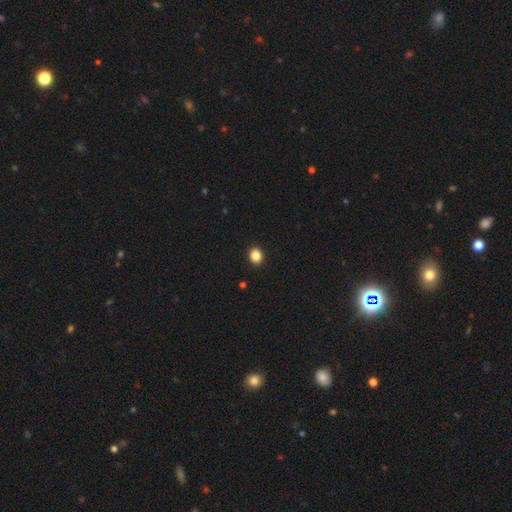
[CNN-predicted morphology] smooth_or_featured: smooth (p=0.86) [alt: star or artifact p=0.10]
how_rounded: round (p=0.59) [alt: in between p=0.40]
merging: none (p=0.92) [alt: minor disturbance p=0.05]